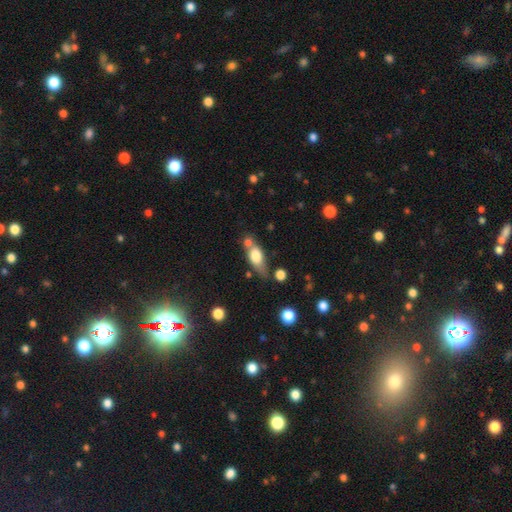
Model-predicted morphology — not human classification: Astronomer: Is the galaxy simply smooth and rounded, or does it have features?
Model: smooth — 68%.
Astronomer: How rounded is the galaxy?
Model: in between — 72%.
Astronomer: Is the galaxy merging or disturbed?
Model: none — 43% (runner-up: merger, 27%).